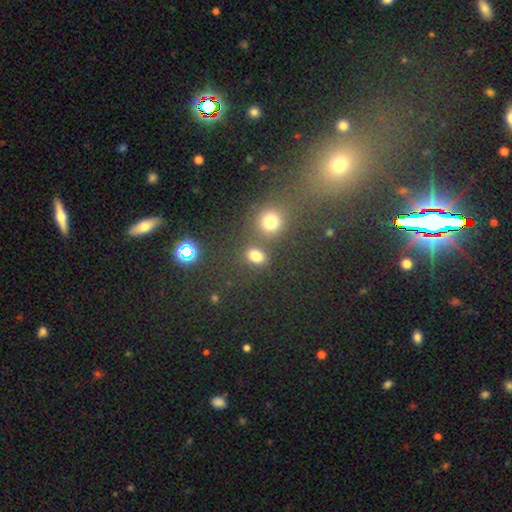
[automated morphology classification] smooth 76%, star or artifact 18%, featured or disk 6%. Down the decision tree: how rounded — in between (56%); merging — none (66%).